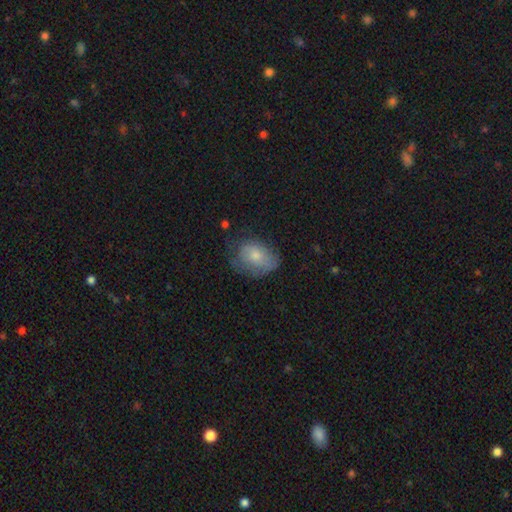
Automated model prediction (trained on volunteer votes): Morphology: type=smooth (70%); roundness=in between (70%); merging=none (49%).